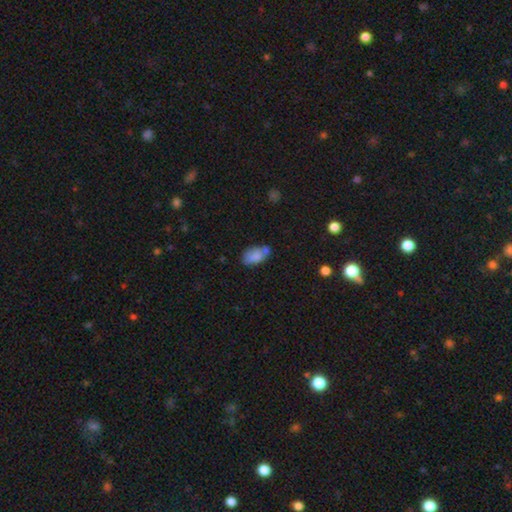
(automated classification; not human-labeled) This is likely a smooth galaxy (76%). How rounded: clearly in between (91%). Merging: possibly none (49%).